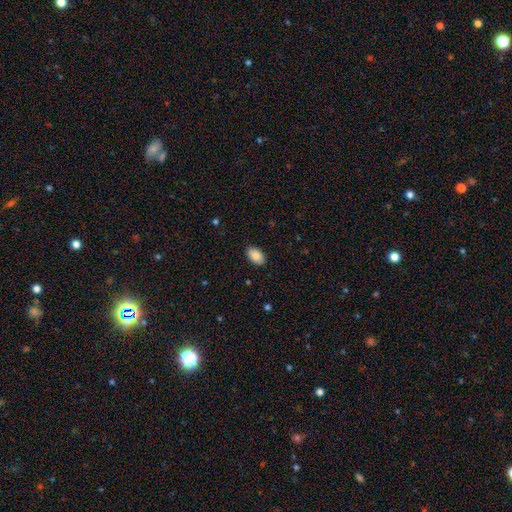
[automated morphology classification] smooth_or_featured: smooth (p=0.87) [alt: star or artifact p=0.07]
how_rounded: in between (p=0.93) [alt: round p=0.06]
merging: none (p=0.89) [alt: minor disturbance p=0.09]